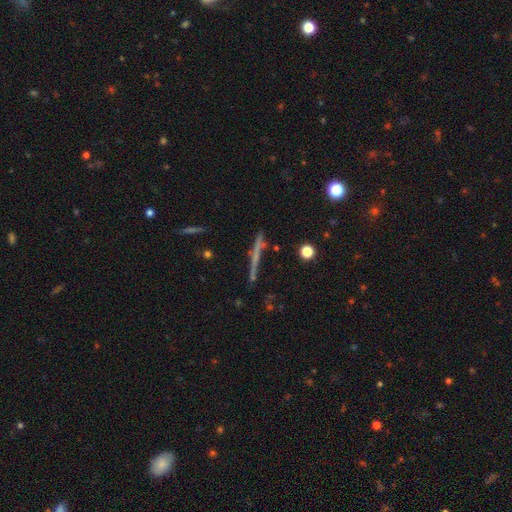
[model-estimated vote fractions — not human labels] Smooth or featured: featured or disk — 52% (smooth — 39%)
Edge-on disk: yes — 95% (no — 5%)
Merging: none — 82% (minor disturbance — 11%)